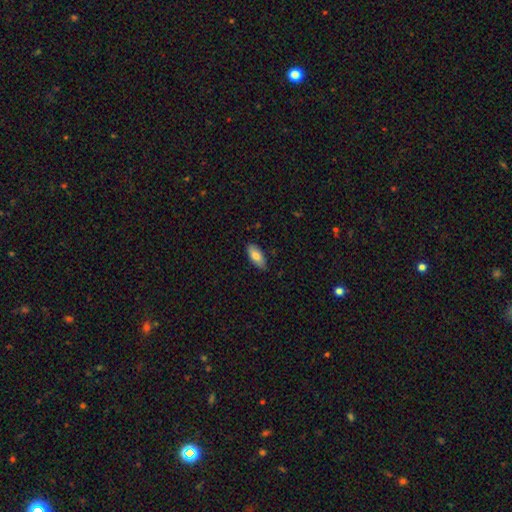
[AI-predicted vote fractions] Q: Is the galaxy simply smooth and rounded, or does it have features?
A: smooth — 81%.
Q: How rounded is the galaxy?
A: in between — 86%.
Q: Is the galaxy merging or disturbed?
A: none — 84%.